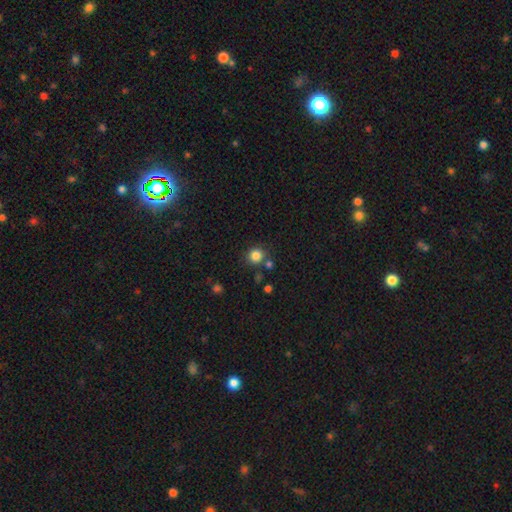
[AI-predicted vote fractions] Smooth or featured? Predicted: smooth (p=0.83). How rounded? Predicted: round (p=0.91). Merging? Predicted: none (p=0.78).